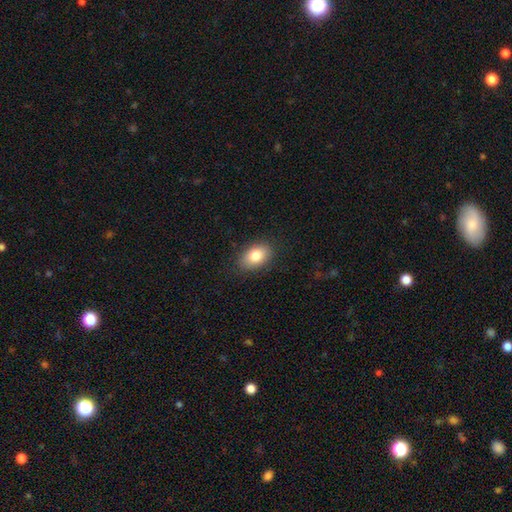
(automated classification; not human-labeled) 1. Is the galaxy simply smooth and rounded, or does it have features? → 83% smooth, 10% featured or disk, 8% star or artifact.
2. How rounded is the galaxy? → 88% in between, 11% round, 1% cigar-shaped.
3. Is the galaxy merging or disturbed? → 85% none, 11% minor disturbance, 3% major disturbance, 1% merger.